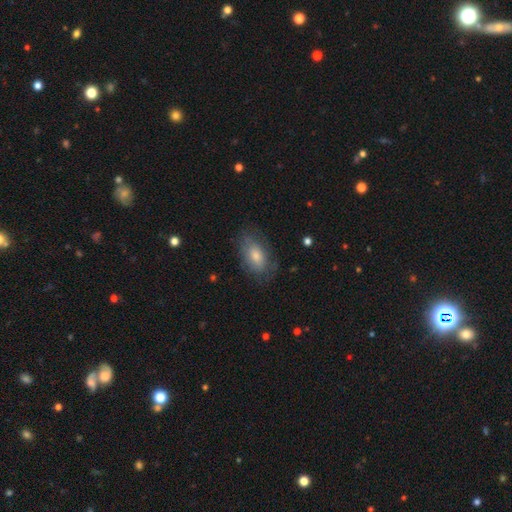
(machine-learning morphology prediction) This appears to be a smooth galaxy with no disk features (61%) that is in between round and cigar-shaped (89%). Merging: none (73%).